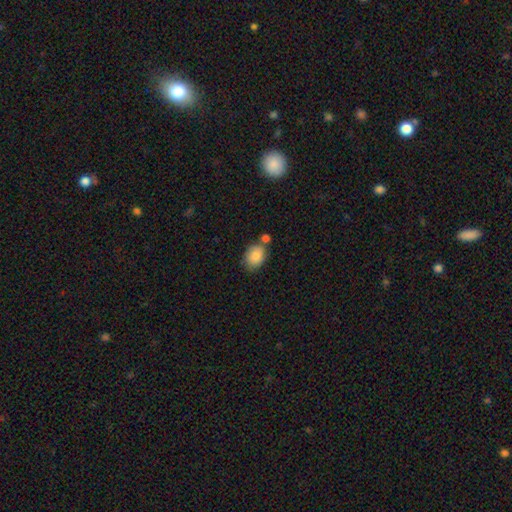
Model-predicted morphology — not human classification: smooth_or_featured: smooth (p=0.86) [alt: star or artifact p=0.07]
how_rounded: in between (p=0.67) [alt: round p=0.32]
merging: none (p=0.60) [alt: merger p=0.19]